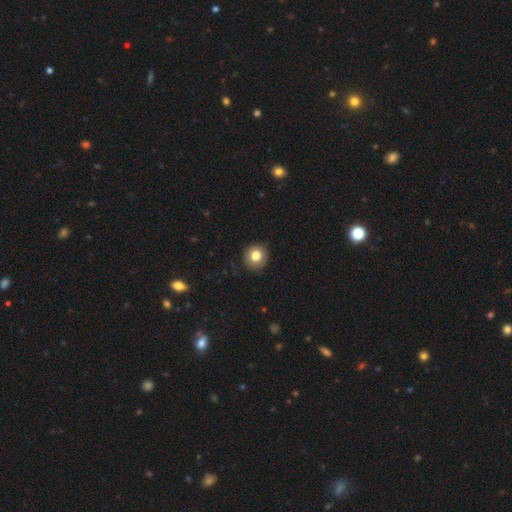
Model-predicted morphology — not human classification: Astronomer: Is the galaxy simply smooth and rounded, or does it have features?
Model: smooth — 82%.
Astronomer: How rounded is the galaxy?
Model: round — 92%.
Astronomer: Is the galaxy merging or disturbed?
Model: none — 89%.